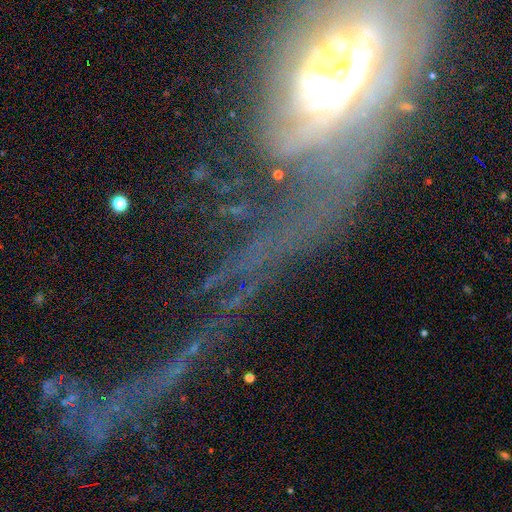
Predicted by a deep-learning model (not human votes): Smooth or featured? Predicted: featured or disk (p=0.48). Merging? Predicted: none (p=0.42).